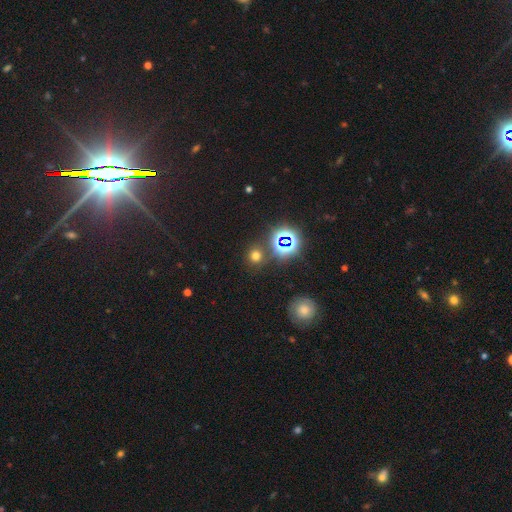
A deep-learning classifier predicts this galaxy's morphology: smooth 60%, star or artifact 33%, featured or disk 7%. Down the decision tree: how rounded — round (88%); merging — none (82%).